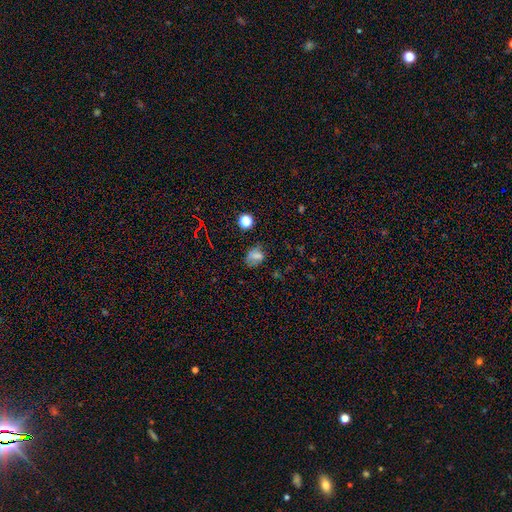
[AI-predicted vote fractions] smooth-or-featured: smooth: 65% | star or artifact: 23% | featured or disk: 12%
  how-rounded: in between: 57% | round: 40% | cigar-shaped: 2%
  merging: none: 68% | minor disturbance: 21% | major disturbance: 8% | merger: 3%